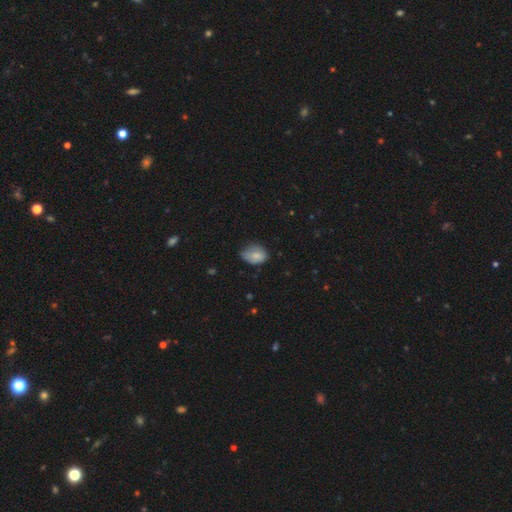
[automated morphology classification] Q: Smooth or featured?
A: smooth (79%); runner-up: featured or disk (13%)
Q: How rounded?
A: in between (74%); runner-up: round (25%)
Q: Merging?
A: none (46%); runner-up: minor disturbance (41%)